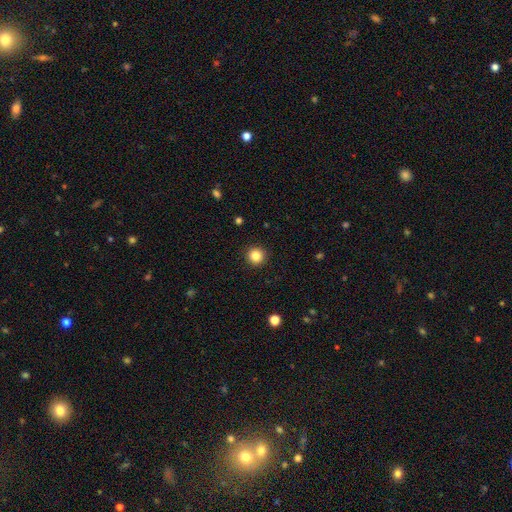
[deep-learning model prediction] A smooth galaxy with no disk features (84%) that is round (95%).

Vote fractions:
- Smooth or featured? smooth: 84% / star or artifact: 11% / featured or disk: 5%
- How rounded? round: 95% / in between: 4% / cigar-shaped: 1%
- Merging? none: 93% / minor disturbance: 5% / major disturbance: 2% / merger: 1%